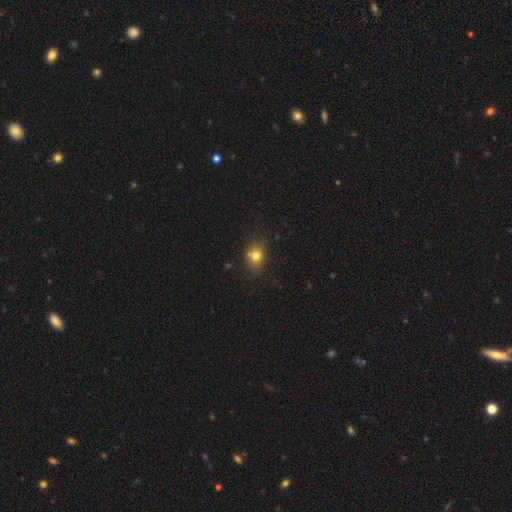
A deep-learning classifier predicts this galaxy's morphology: The model was most divided on "how rounded": round: 65%, in between: 34%, cigar-shaped: 1%. More confident: smooth or featured — smooth (77%); merging — none (71%).